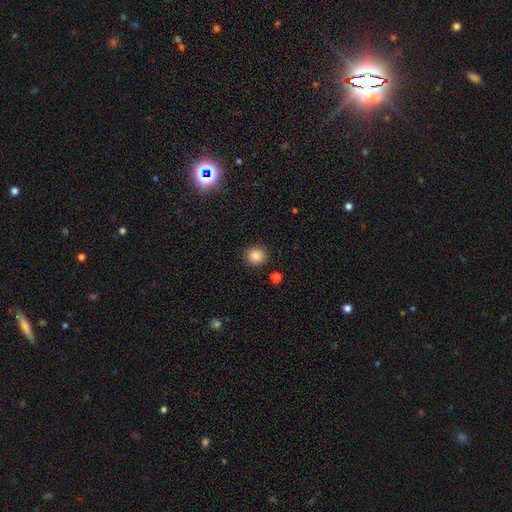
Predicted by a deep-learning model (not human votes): Smooth or featured: smooth — 84% (star or artifact — 11%)
How rounded: round — 89% (in between — 10%)
Merging: none — 91% (minor disturbance — 6%)